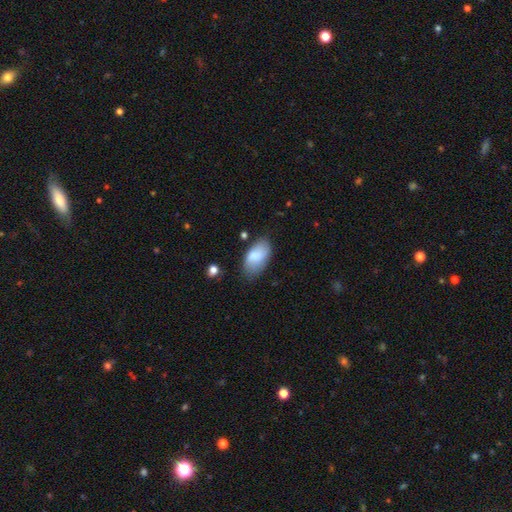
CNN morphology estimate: smooth-or-featured: smooth: 81% | featured or disk: 13% | star or artifact: 7%
  how-rounded: in between: 94% | round: 4% | cigar-shaped: 2%
  merging: none: 66% | minor disturbance: 25% | major disturbance: 6% | merger: 3%